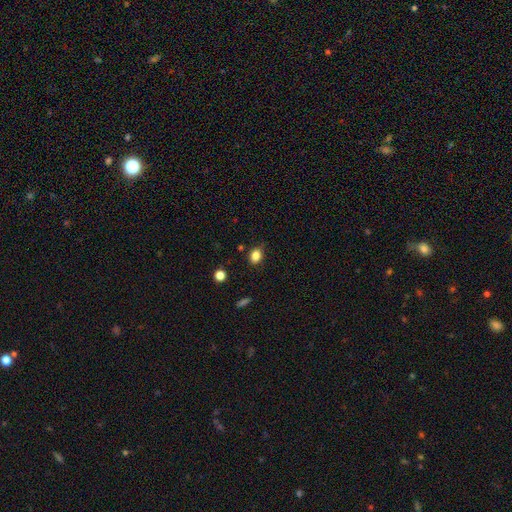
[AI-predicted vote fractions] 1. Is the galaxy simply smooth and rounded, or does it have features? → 84% smooth, 11% star or artifact, 5% featured or disk.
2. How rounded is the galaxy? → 61% in between, 38% round, 1% cigar-shaped.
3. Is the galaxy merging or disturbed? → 81% none, 14% minor disturbance, 3% major disturbance, 2% merger.